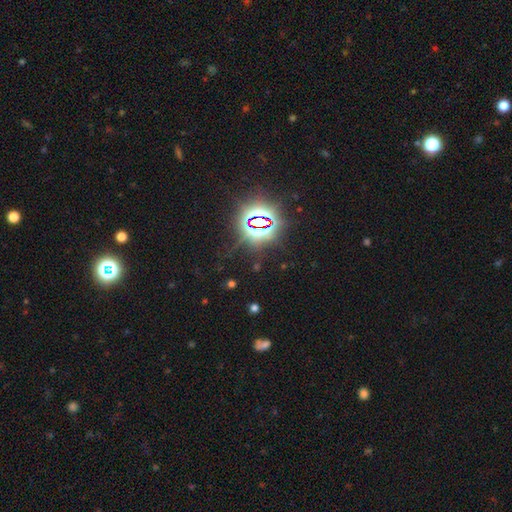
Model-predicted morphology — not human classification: smooth-or-featured: star or artifact: 81% | smooth: 11% | featured or disk: 7%